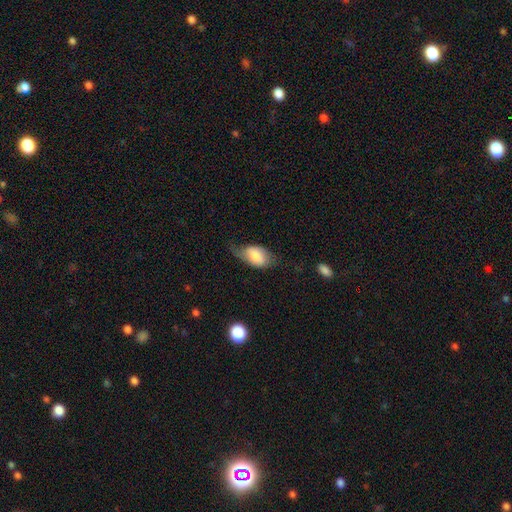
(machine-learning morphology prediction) A smooth galaxy with no disk features (64%) that is in between round and cigar-shaped (90%). Merging: none (38%).